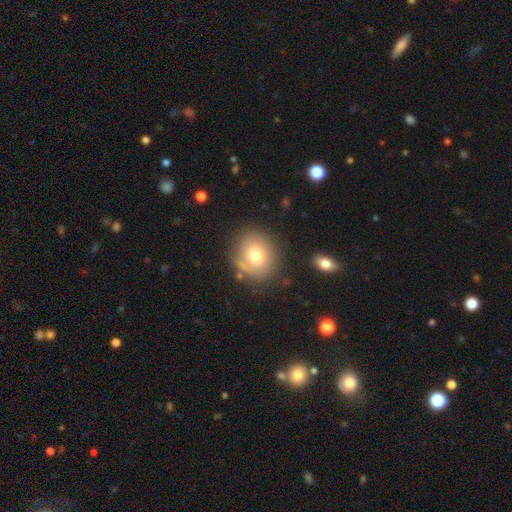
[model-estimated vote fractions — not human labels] This is likely a smooth galaxy (64%). How rounded: likely round (78%). Merging: likely none (73%).